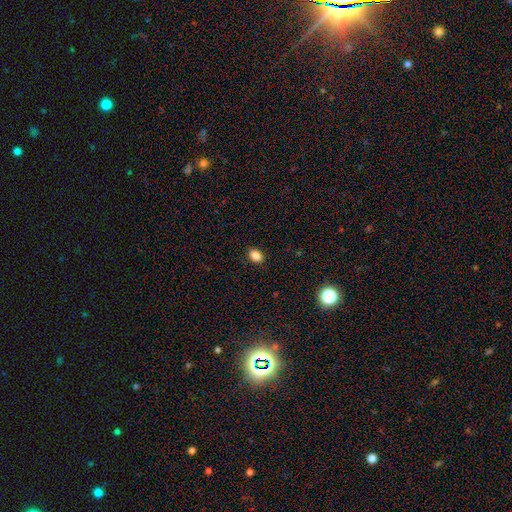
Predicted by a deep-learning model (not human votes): Smooth or featured? Predicted: smooth (p=0.86). How rounded? Predicted: in between (p=0.78). Merging? Predicted: none (p=0.89).